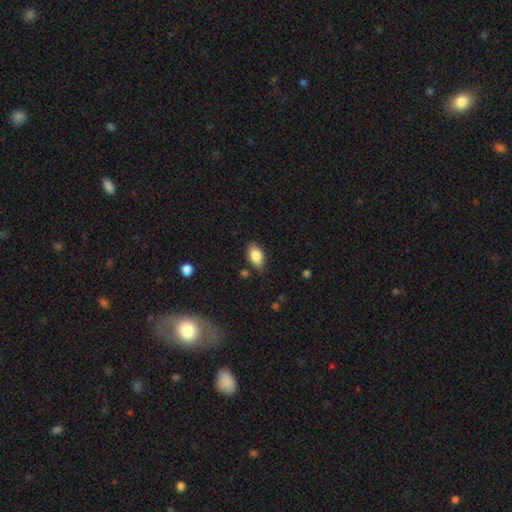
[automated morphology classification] Smooth or featured? Predicted: smooth (p=0.85). How rounded? Predicted: in between (p=0.90). Merging? Predicted: none (p=0.79).